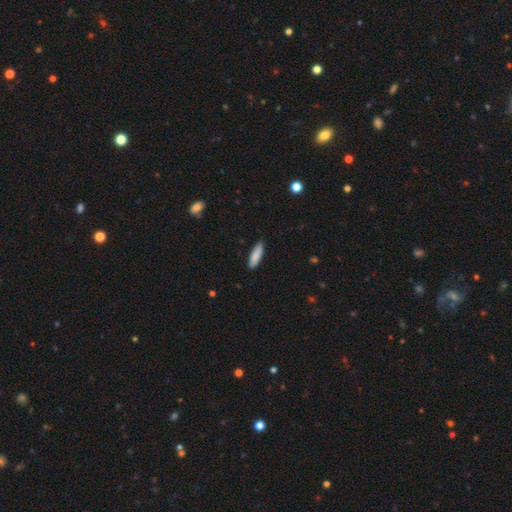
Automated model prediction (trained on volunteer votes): Q: Smooth or featured?
A: smooth (86%); runner-up: featured or disk (9%)
Q: How rounded?
A: cigar-shaped (64%); runner-up: in between (34%)
Q: Merging?
A: none (86%); runner-up: minor disturbance (11%)